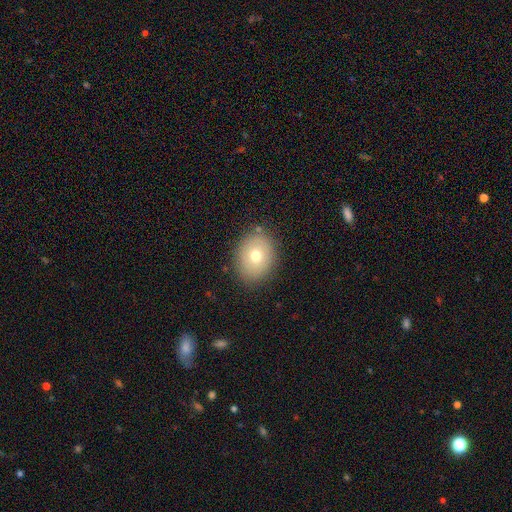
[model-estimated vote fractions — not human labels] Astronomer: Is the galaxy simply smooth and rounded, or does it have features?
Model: smooth — 72%.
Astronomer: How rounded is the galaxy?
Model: round — 53% (runner-up: in between, 47%).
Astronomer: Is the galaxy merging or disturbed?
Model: none — 84%.